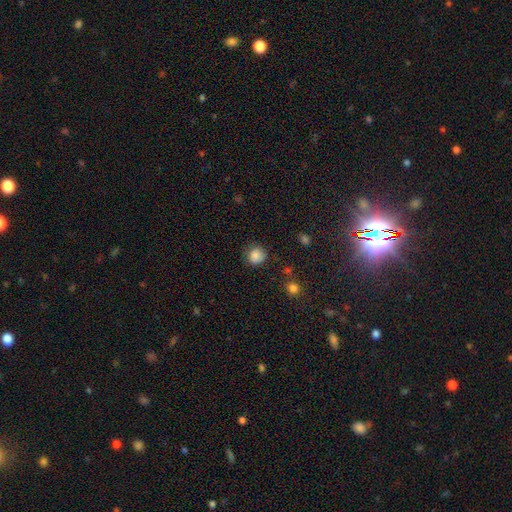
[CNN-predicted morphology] Smooth or featured: smooth — 85% (star or artifact — 10%)
How rounded: round — 87% (in between — 12%)
Merging: none — 79% (minor disturbance — 15%)